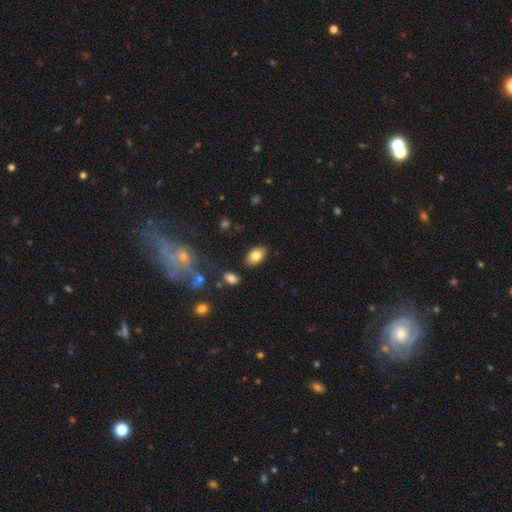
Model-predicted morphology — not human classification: This is clearly a smooth galaxy (80%). How rounded: clearly in between (90%). Merging: clearly none (85%).